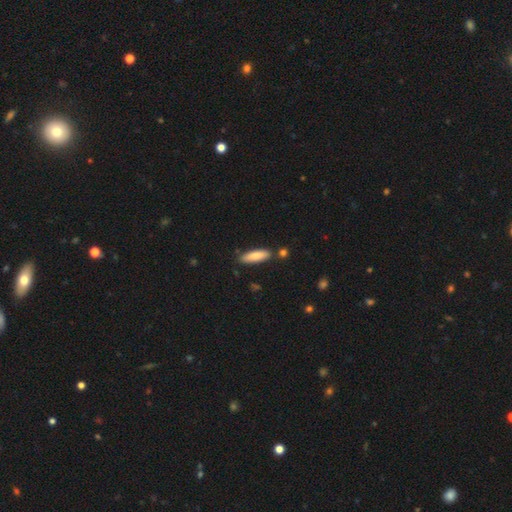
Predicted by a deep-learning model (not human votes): This is clearly a smooth galaxy (81%). How rounded: possibly cigar-shaped (56%). Merging: clearly none (82%).